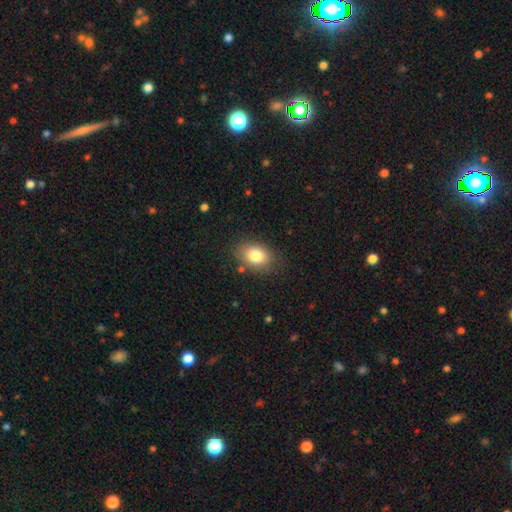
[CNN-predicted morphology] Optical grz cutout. It shows a smooth galaxy with no disk features (82%) that is in between round and cigar-shaped (76%). Merging: none (80%).